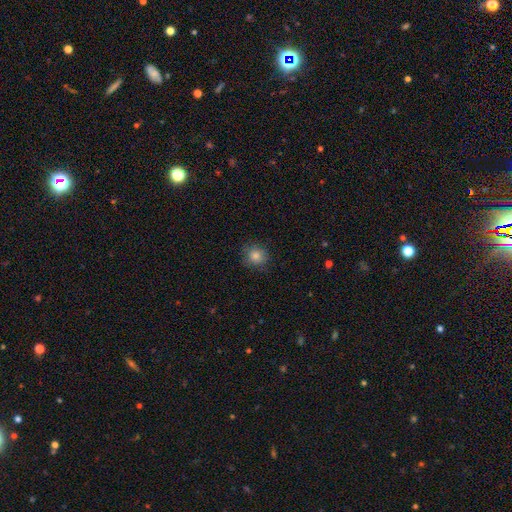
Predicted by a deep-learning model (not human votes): Smooth or featured: smooth — 81% (star or artifact — 12%)
How rounded: round — 87% (in between — 12%)
Merging: none — 83% (minor disturbance — 12%)